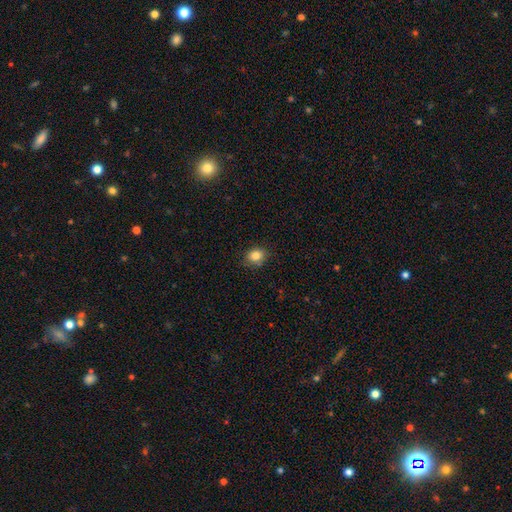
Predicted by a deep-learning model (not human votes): smooth_or_featured: smooth (p=0.84) [alt: star or artifact p=0.10]
how_rounded: round (p=0.54) [alt: in between p=0.45]
merging: none (p=0.80) [alt: minor disturbance p=0.16]